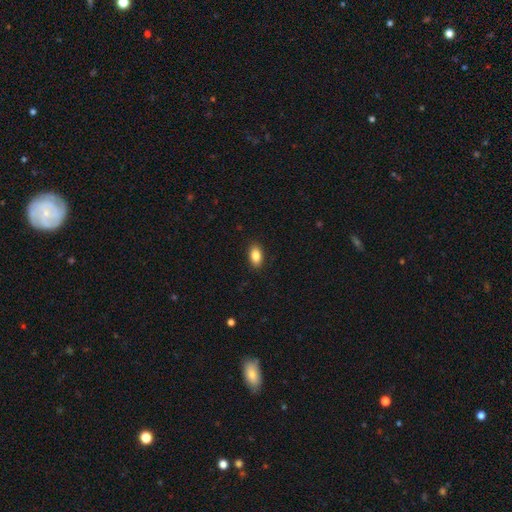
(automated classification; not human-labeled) This appears to be a smooth galaxy with no disk features (87%) that is in between round and cigar-shaped (91%). Merging: none (89%).